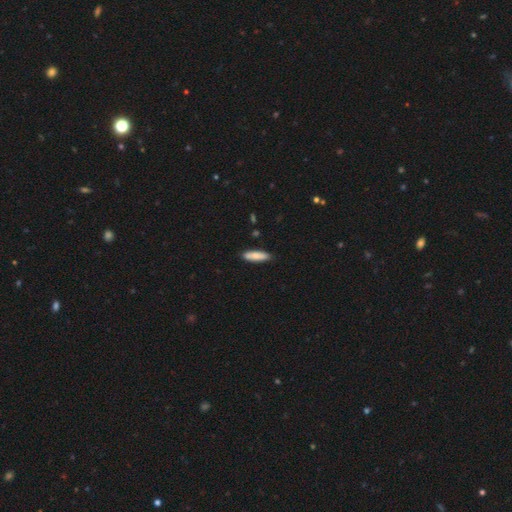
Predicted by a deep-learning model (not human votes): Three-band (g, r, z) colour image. It shows a smooth galaxy with no disk features (82%) that is cigar-shaped (62%). Merging: none (85%).